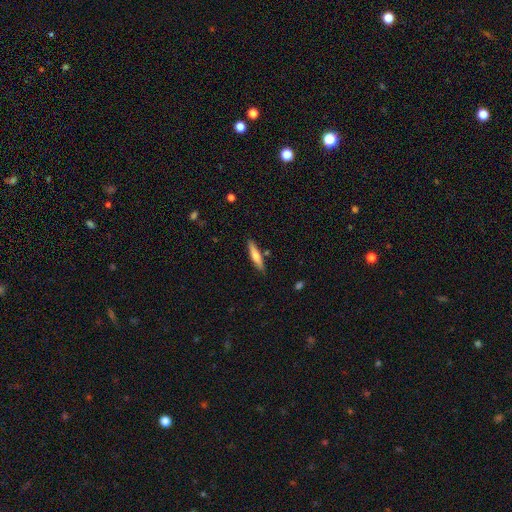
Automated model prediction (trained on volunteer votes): Smooth or featured: smooth — 62% (featured or disk — 32%)
How rounded: cigar-shaped — 84% (in between — 14%)
Merging: none — 85% (minor disturbance — 9%)